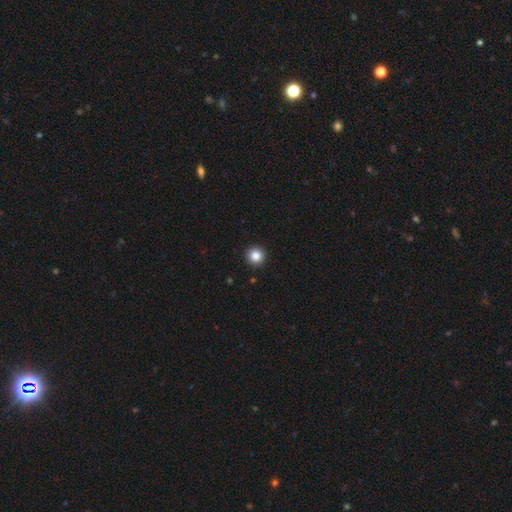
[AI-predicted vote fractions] A smooth galaxy with no disk features (85%) that is round (95%). Merging: none (93%).